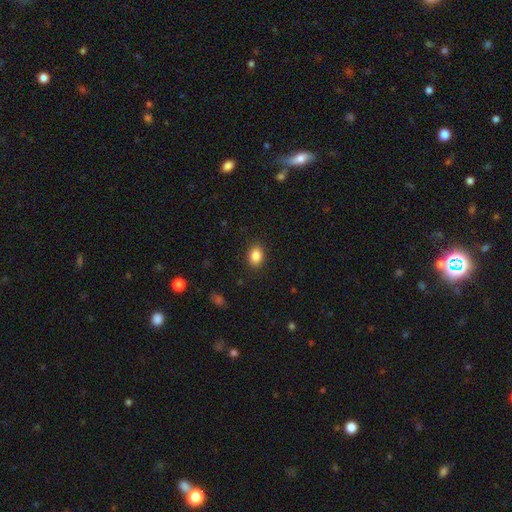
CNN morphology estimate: Overall: smooth (87%). How rounded: in between (71%). Merging: none (89%).